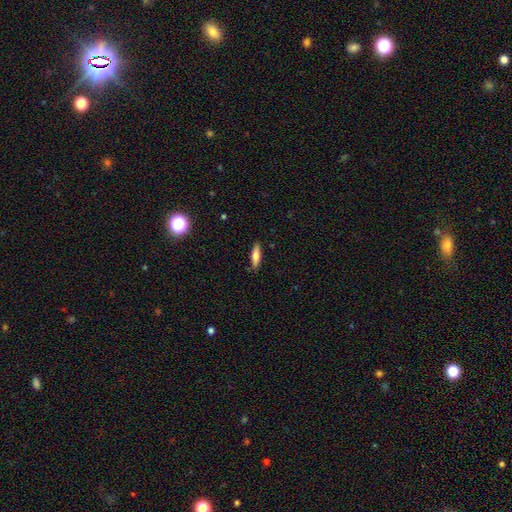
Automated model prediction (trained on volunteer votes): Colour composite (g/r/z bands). It shows a smooth galaxy with no disk features (71%) that is cigar-shaped (60%). Merging: none (83%).